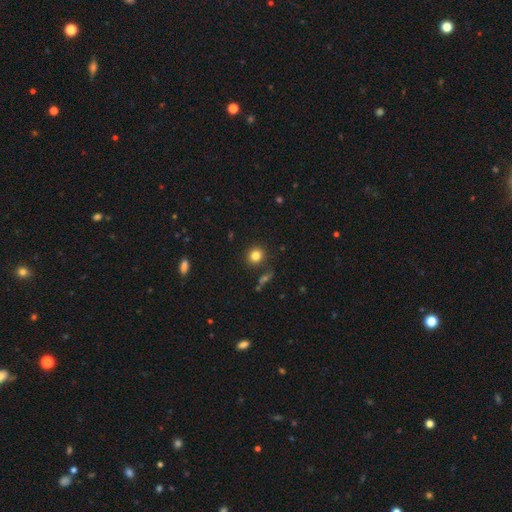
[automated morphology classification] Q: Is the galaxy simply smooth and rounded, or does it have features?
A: smooth — 82%.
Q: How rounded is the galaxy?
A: round — 87%.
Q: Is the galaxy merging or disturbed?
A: none — 85%.